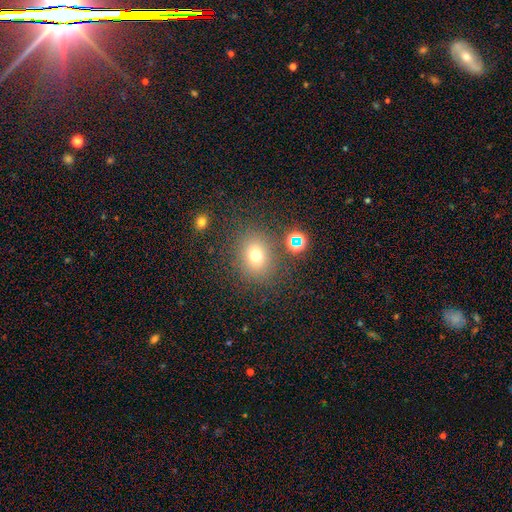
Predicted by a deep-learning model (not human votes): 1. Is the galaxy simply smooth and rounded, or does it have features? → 71% smooth, 19% star or artifact, 11% featured or disk.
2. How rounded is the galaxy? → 66% round, 33% in between, 1% cigar-shaped.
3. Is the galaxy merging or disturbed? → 79% none, 11% minor disturbance, 5% major disturbance, 5% merger.